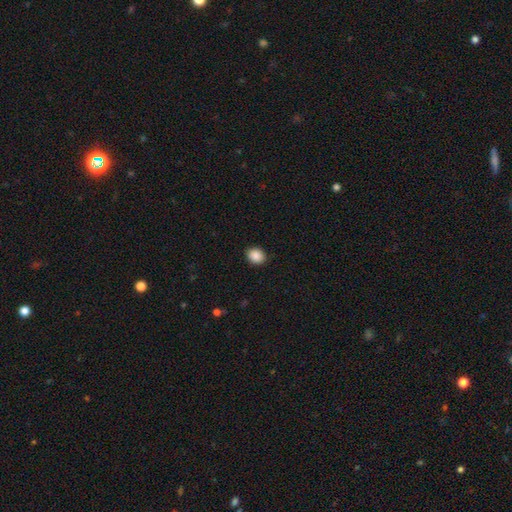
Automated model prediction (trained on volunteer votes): Overall: smooth (89%). How rounded: round (54%; in between 45%). Merging: none (90%).